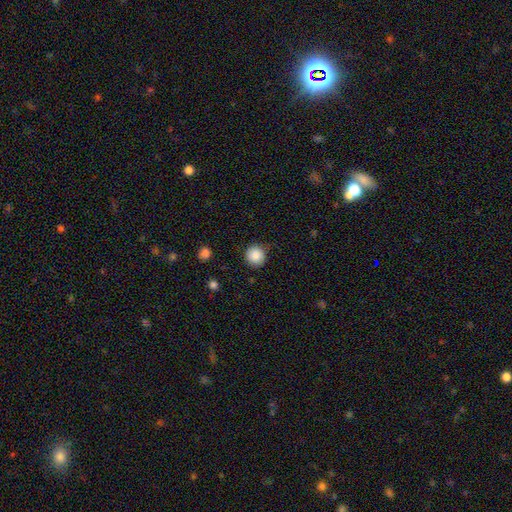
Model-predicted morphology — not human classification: Smooth or featured: smooth — 87% (star or artifact — 9%)
How rounded: round — 94% (in between — 5%)
Merging: none — 84% (minor disturbance — 12%)